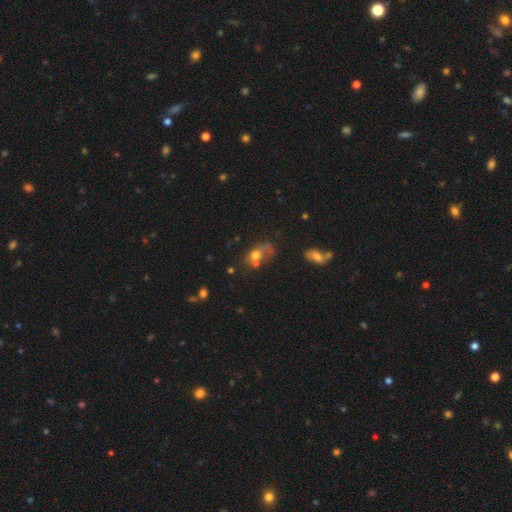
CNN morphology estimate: The model was most divided on "merging": merger: 36%, none: 27%, major disturbance: 20%, minor disturbance: 17%. More confident: smooth or featured — smooth (61%); how rounded — in between (58%).